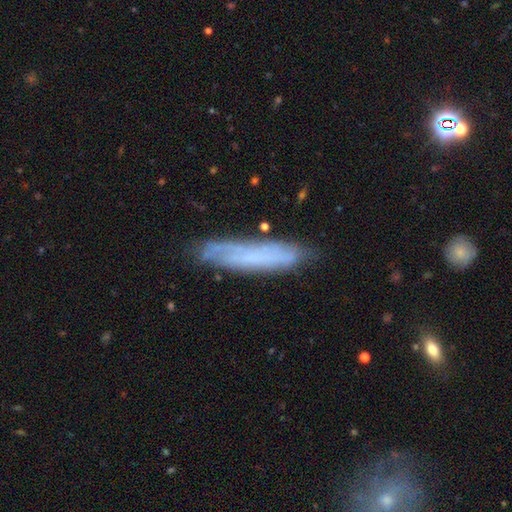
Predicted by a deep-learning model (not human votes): Overall: featured or disk (48%; smooth 43%). Merging: none (74%).